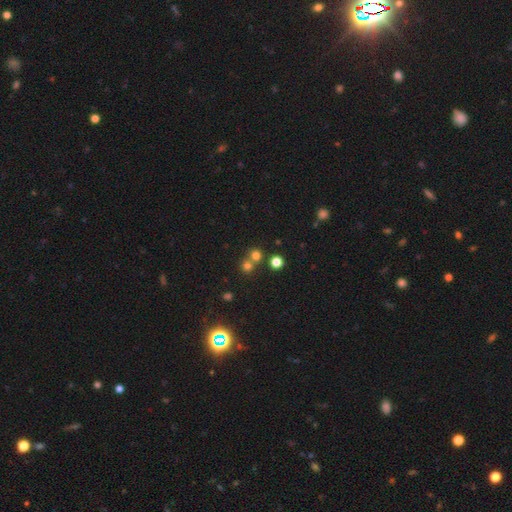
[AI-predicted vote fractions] This is likely a smooth galaxy (69%). How rounded: clearly round (90%). Merging: possibly none (57%).